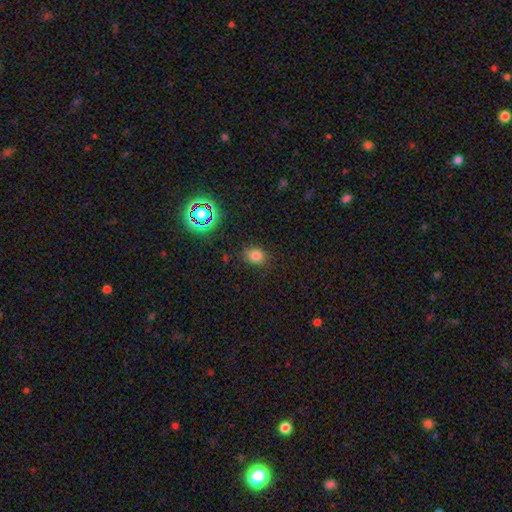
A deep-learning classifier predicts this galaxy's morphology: Smooth or featured? Predicted: smooth (p=0.77). How rounded? Predicted: round (p=0.55). Merging? Predicted: none (p=0.83).